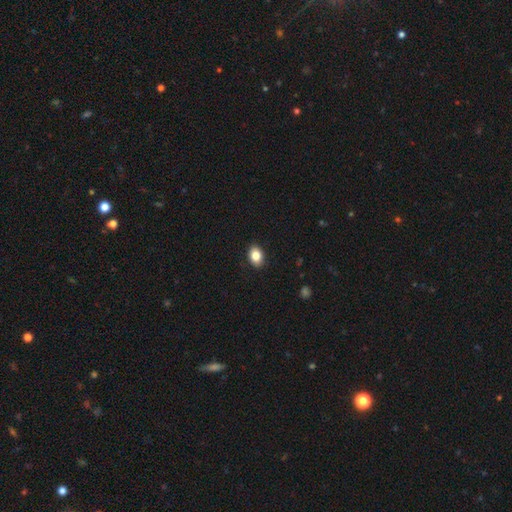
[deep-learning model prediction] This appears to be a smooth galaxy with no disk features (84%) that is in between round and cigar-shaped (76%). Merging: none (90%).